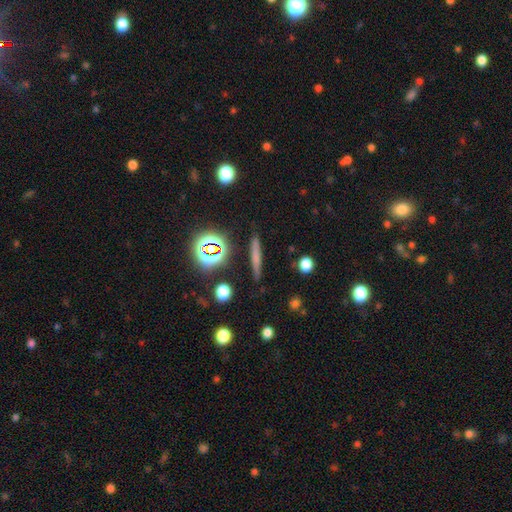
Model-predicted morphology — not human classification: This is possibly a smooth galaxy (57%). How rounded: clearly cigar-shaped (88%). Merging: clearly none (86%).